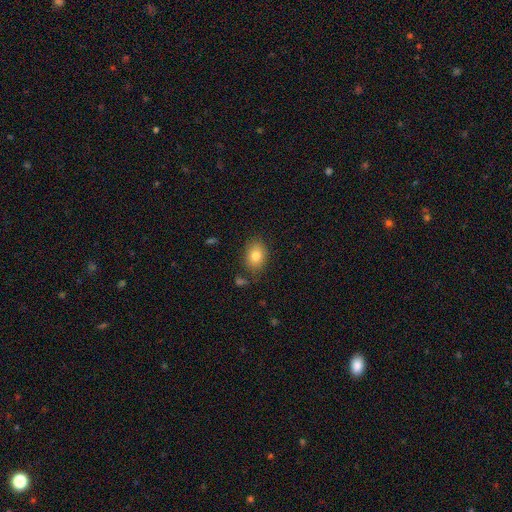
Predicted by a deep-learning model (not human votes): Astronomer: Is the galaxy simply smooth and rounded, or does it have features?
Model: smooth — 81%.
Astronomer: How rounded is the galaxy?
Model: in between — 71%.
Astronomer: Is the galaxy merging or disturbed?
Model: none — 78%.